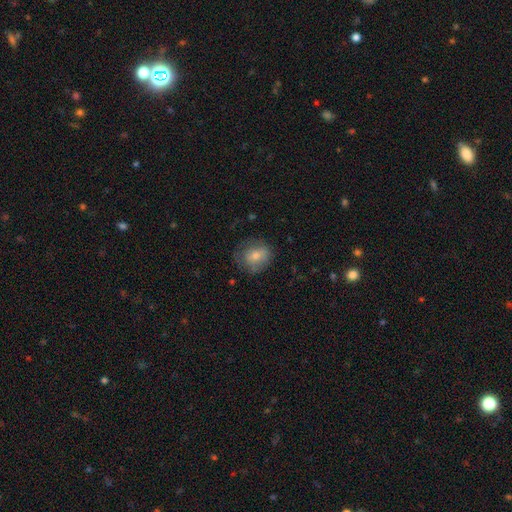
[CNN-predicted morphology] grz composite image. It shows a smooth galaxy with no disk features (61%) that is round (69%). Merging: none (68%).